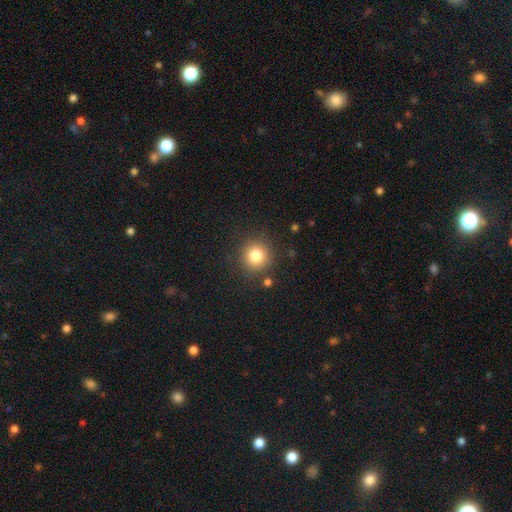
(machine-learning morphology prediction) smooth-or-featured: smooth: 80% | star or artifact: 12% | featured or disk: 7%
  how-rounded: round: 93% | in between: 6% | cigar-shaped: 1%
  merging: none: 86% | minor disturbance: 8% | major disturbance: 3% | merger: 3%